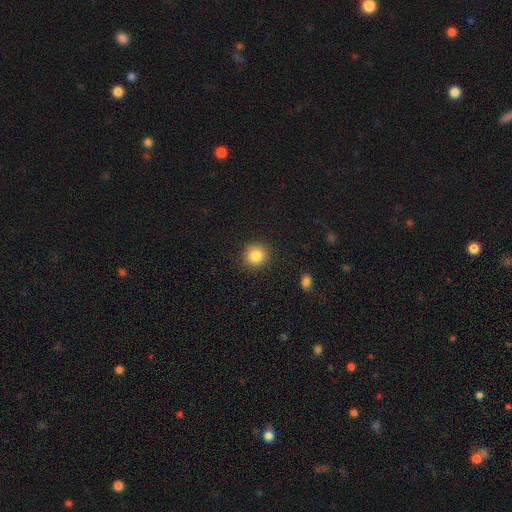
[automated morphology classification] This appears to be a smooth galaxy with no disk features (86%) that is round (91%). Merging: none (90%).